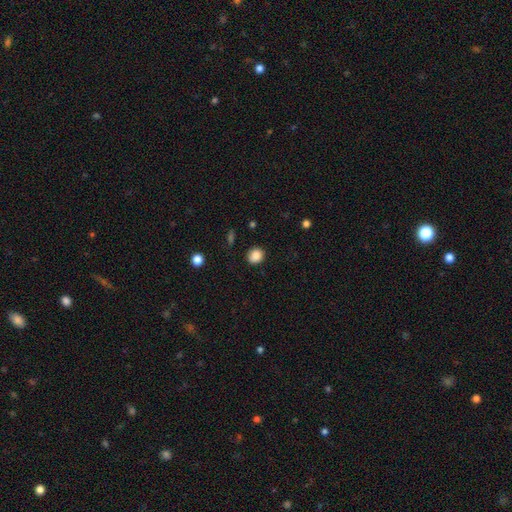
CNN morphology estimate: This is clearly a smooth galaxy (87%). How rounded: likely round (75%). Merging: clearly none (88%).